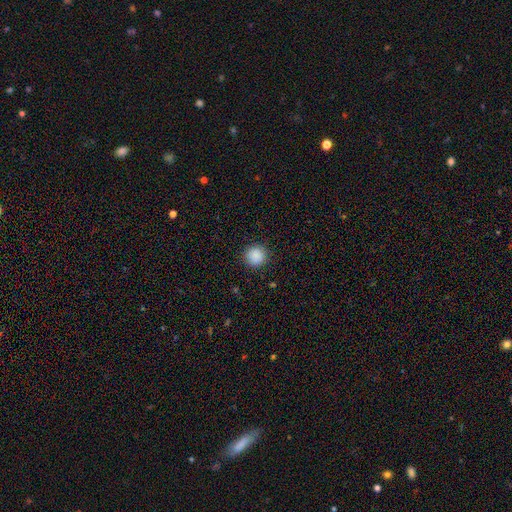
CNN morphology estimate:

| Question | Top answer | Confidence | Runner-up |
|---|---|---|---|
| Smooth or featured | smooth | 89% | star or artifact (9%) |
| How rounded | round | 94% | in between (5%) |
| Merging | none | 91% | minor disturbance (6%) |